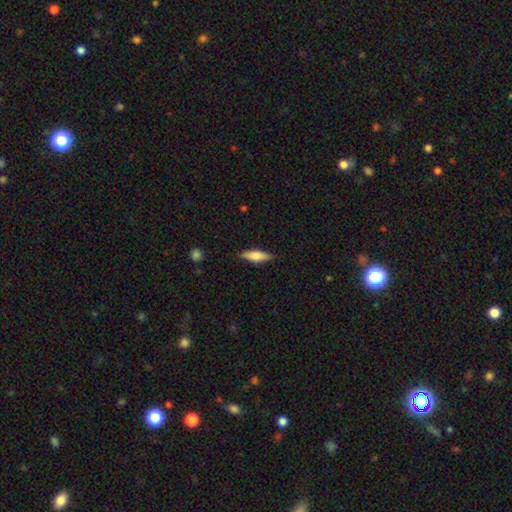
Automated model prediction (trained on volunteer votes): smooth_or_featured: smooth (p=0.68) [alt: featured or disk p=0.26]
how_rounded: cigar-shaped (p=0.53) [alt: in between p=0.45]
merging: none (p=0.84) [alt: minor disturbance p=0.12]